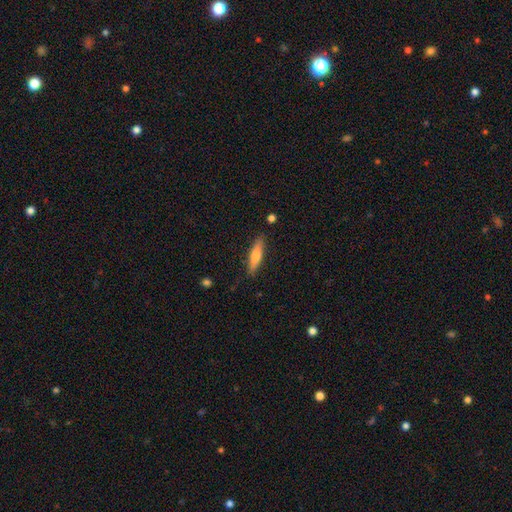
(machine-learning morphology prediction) Smooth or featured: smooth — 63% (featured or disk — 31%)
How rounded: cigar-shaped — 76% (in between — 23%)
Merging: none — 86% (minor disturbance — 11%)